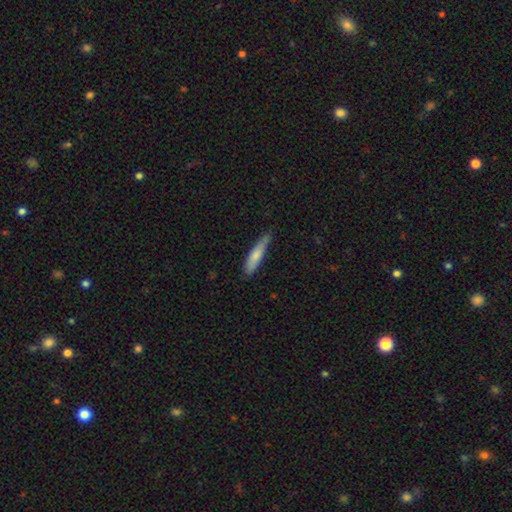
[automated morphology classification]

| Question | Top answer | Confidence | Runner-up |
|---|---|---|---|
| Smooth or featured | smooth | 71% | featured or disk (23%) |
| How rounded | cigar-shaped | 83% | in between (16%) |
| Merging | none | 68% | minor disturbance (26%) |